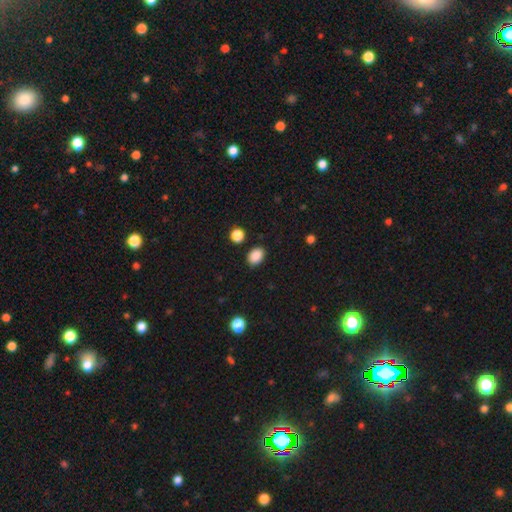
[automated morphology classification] type=smooth (88%); roundness=in between (71%); merging=none (87%).